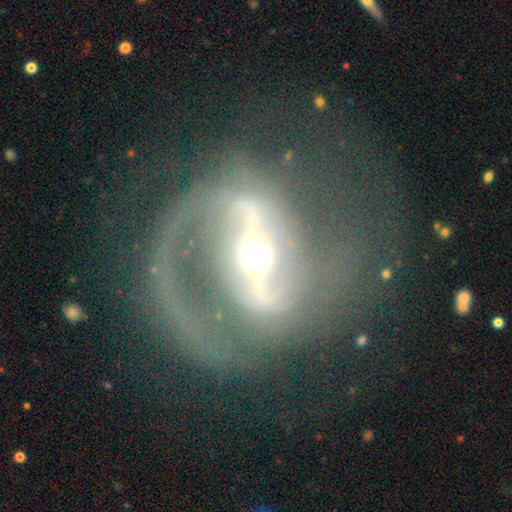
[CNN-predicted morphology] This is clearly a featured or disk galaxy (90%). It is clearly not viewed edge-on (96%). Bar: likely strong (70%). Spiral arm pattern: clearly yes (93%). Spiral arm count: clearly 2 (81%). Spiral winding: possibly medium (52%). Central bulge: possibly moderate (53%). Merging: likely none (61%).